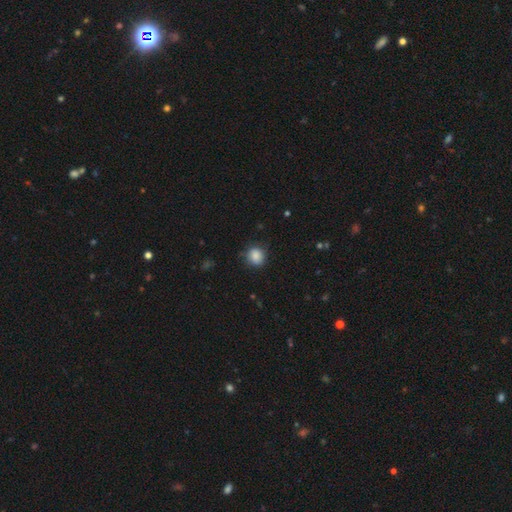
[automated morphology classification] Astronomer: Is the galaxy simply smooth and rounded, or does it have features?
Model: smooth — 87%.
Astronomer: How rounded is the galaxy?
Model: round — 82%.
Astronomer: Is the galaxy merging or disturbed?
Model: none — 83%.